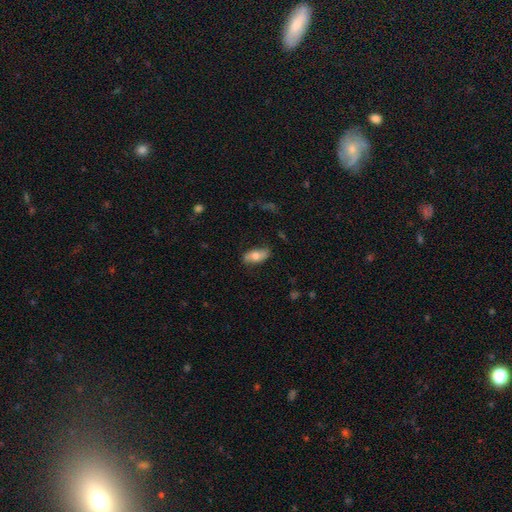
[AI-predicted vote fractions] Smooth or featured? smooth (61%)
How rounded? in between (85%)
Merging? none (77%)